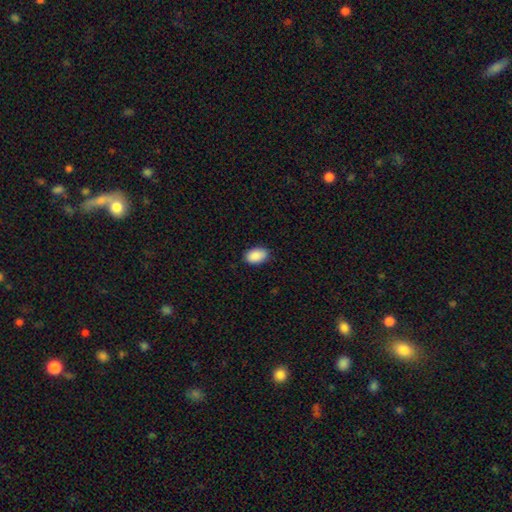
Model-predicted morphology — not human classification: This appears to be a smooth galaxy with no disk features (90%) that is in between round and cigar-shaped (90%). Merging: none (84%).